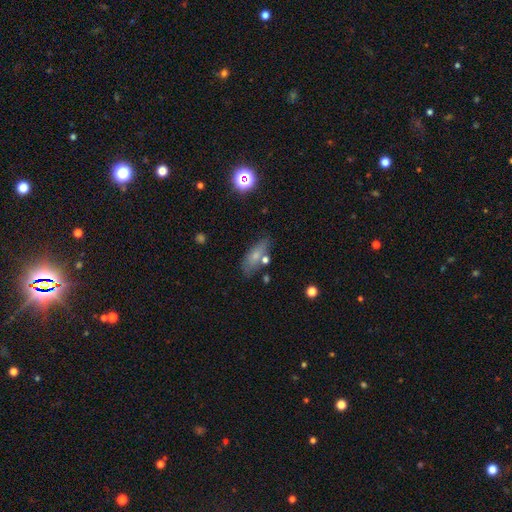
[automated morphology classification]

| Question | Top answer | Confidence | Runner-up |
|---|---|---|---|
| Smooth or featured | smooth | 68% | featured or disk (20%) |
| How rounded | in between | 73% | cigar-shaped (22%) |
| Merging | none | 64% | minor disturbance (19%) |